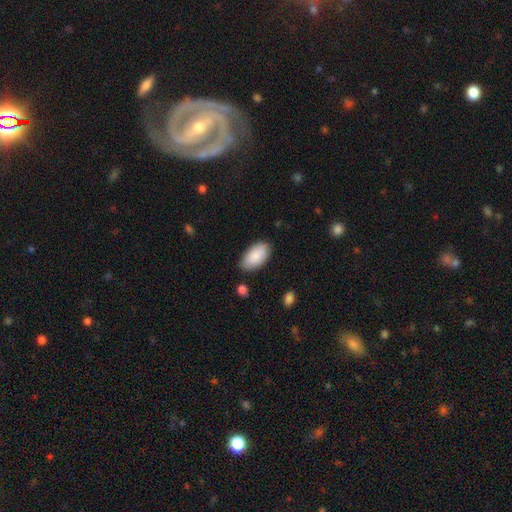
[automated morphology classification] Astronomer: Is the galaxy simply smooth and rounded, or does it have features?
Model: smooth — 88%.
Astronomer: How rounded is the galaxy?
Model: in between — 95%.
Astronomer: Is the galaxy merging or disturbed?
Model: none — 82%.